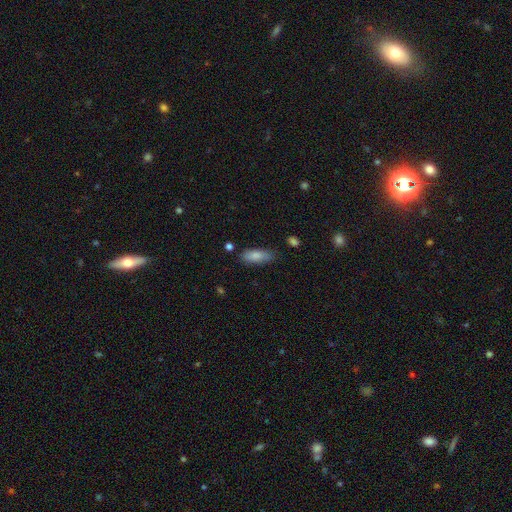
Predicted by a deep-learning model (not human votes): Smooth or featured? Predicted: smooth (p=0.84). How rounded? Predicted: in between (p=0.72). Merging? Predicted: none (p=0.78).